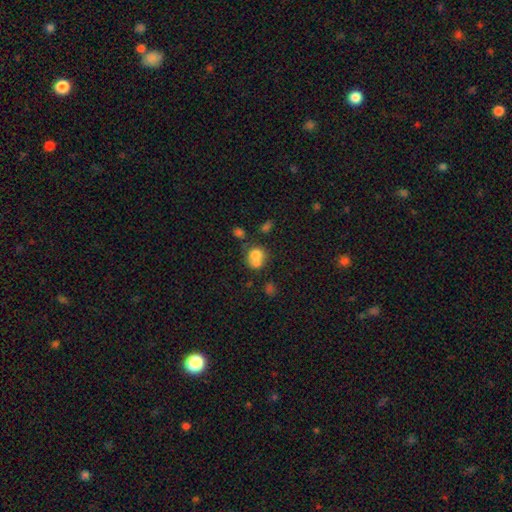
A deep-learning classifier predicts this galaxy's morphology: smooth-or-featured: smooth: 73% | featured or disk: 16% | star or artifact: 11%
  how-rounded: round: 65% | in between: 34% | cigar-shaped: 1%
  merging: merger: 49% | none: 32% | minor disturbance: 12% | major disturbance: 7%